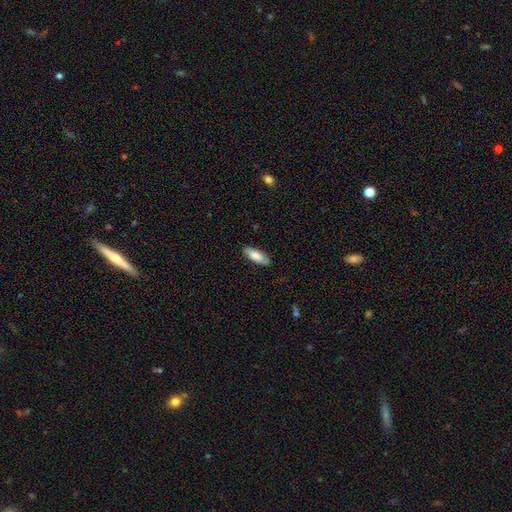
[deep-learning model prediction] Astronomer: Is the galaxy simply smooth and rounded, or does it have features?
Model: smooth — 73%.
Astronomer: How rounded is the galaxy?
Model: in between — 74%.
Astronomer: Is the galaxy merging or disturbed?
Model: none — 77%.